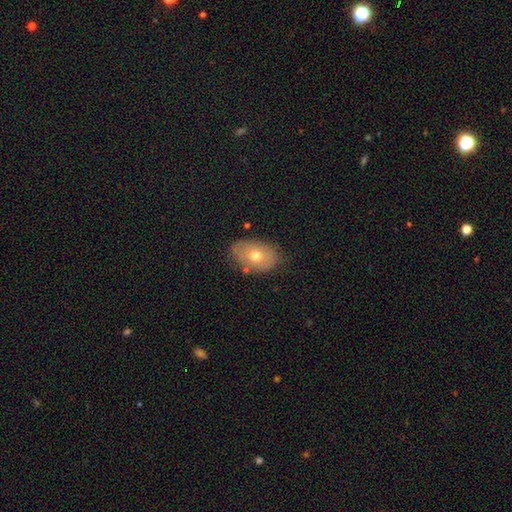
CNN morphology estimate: Smooth or featured?
  - smooth: 63% *
  - featured or disk: 29%
  - star or artifact: 8%
How rounded?
  - in between: 83% *
  - round: 16%
  - cigar-shaped: 1%
Merging?
  - none: 77% *
  - minor disturbance: 17%
  - major disturbance: 4%
  - merger: 3%